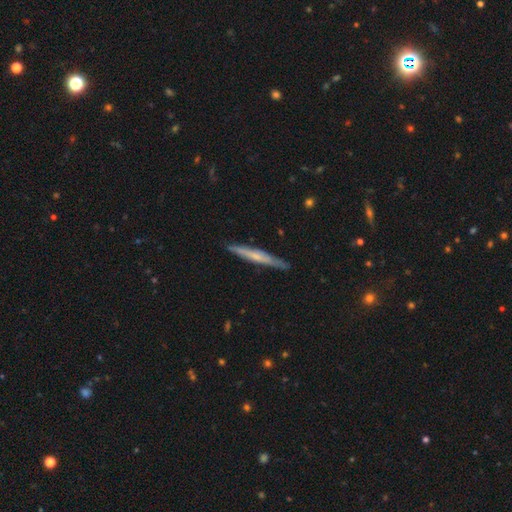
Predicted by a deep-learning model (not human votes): Q: Smooth or featured?
A: featured or disk (52%); runner-up: smooth (42%)
Q: Edge-on disk?
A: yes (96%); runner-up: no (4%)
Q: Edge-on bulge?
A: none (55%); runner-up: rounded (37%)
Q: Merging?
A: none (89%); runner-up: minor disturbance (8%)